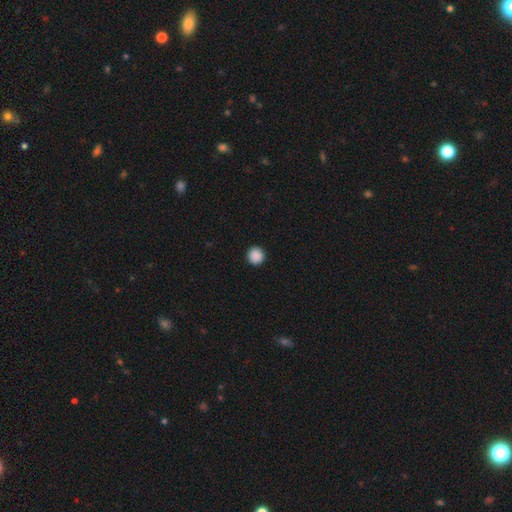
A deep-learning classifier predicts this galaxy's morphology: A smooth galaxy with no disk features (89%) that is round (96%). Merging: none (94%).